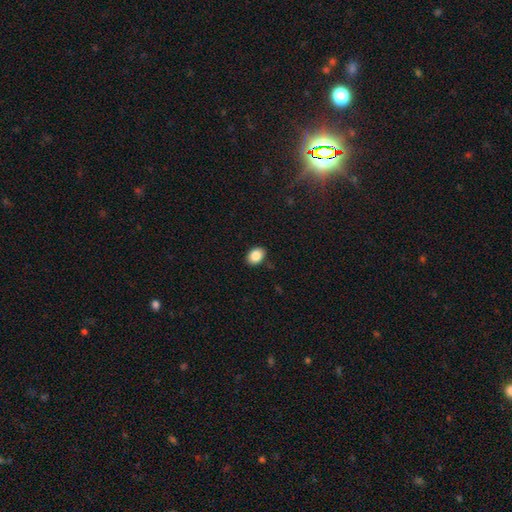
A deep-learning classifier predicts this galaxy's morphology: A smooth galaxy with no disk features (88%) that is in between round and cigar-shaped (74%).

Vote fractions:
- Smooth or featured? smooth: 88% / star or artifact: 8% / featured or disk: 5%
- How rounded? in between: 74% / round: 25% / cigar-shaped: 1%
- Merging? none: 88% / minor disturbance: 9% / major disturbance: 2% / merger: 1%